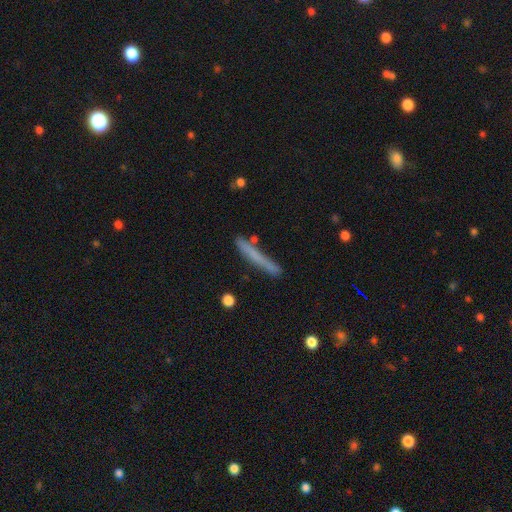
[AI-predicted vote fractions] Smooth or featured? Predicted: smooth (p=0.64). How rounded? Predicted: cigar-shaped (p=0.96). Merging? Predicted: none (p=0.80).